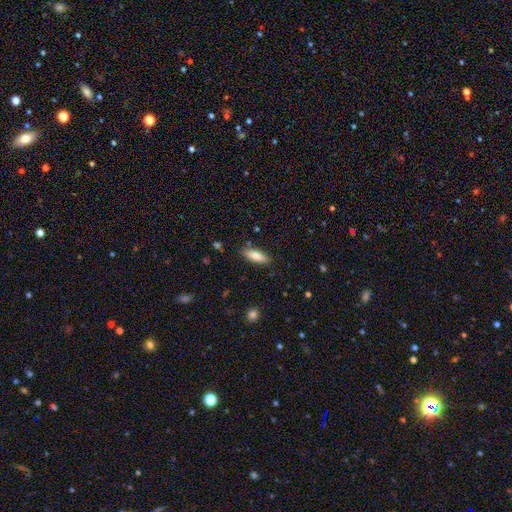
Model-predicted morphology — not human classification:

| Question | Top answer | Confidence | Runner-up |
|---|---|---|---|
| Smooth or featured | smooth | 80% | featured or disk (13%) |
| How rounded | in between | 64% | cigar-shaped (34%) |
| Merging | none | 86% | minor disturbance (10%) |